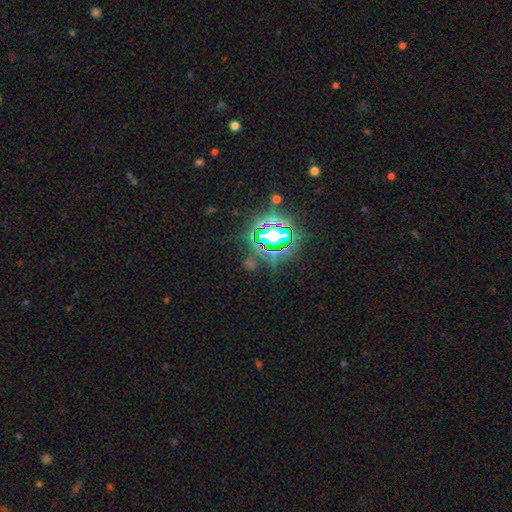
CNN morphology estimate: smooth-or-featured: star or artifact: 80% | smooth: 12% | featured or disk: 8%